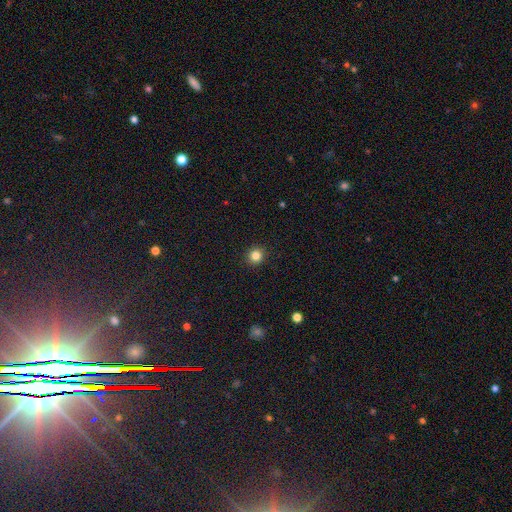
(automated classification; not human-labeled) Smooth or featured: smooth — 83% (star or artifact — 12%)
How rounded: round — 91% (in between — 8%)
Merging: none — 93% (minor disturbance — 5%)